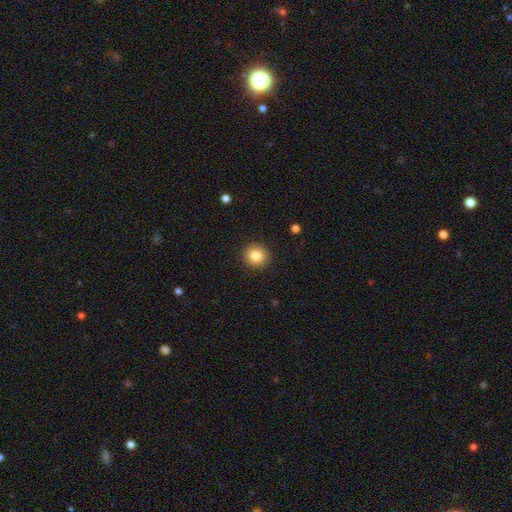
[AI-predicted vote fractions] smooth_or_featured: smooth (p=0.84) [alt: star or artifact p=0.10]
how_rounded: round (p=0.89) [alt: in between p=0.10]
merging: none (p=0.91) [alt: minor disturbance p=0.06]